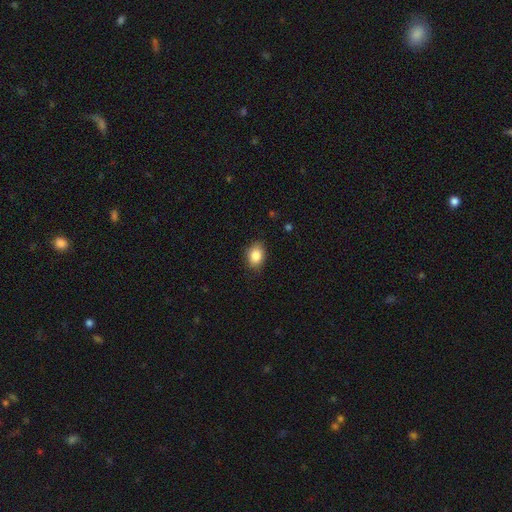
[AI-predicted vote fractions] The model was most divided on "how rounded": in between: 72%, round: 27%, cigar-shaped: 1%. More confident: merging — none (85%); smooth or featured — smooth (85%).